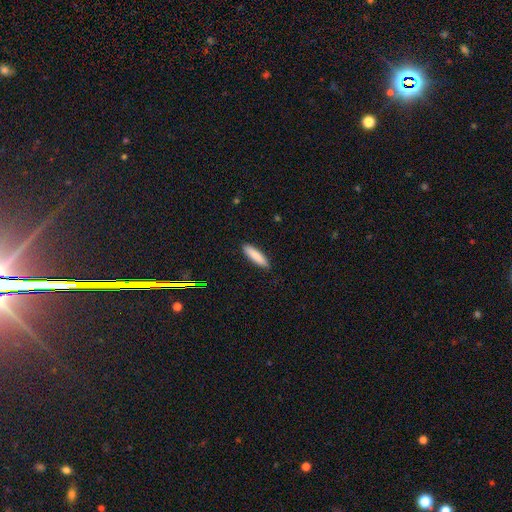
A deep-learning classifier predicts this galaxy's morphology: smooth 86%, featured or disk 8%, star or artifact 6%. Down the decision tree: how rounded — cigar-shaped (72%); merging — none (90%).